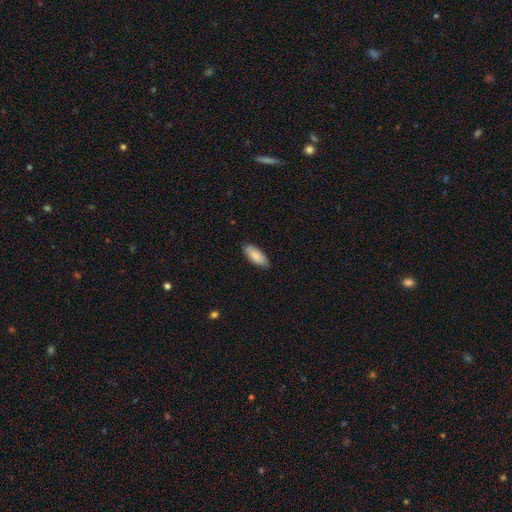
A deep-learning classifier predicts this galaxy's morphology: Smooth or featured? Predicted: smooth (p=0.87). How rounded? Predicted: in between (p=0.83). Merging? Predicted: none (p=0.85).